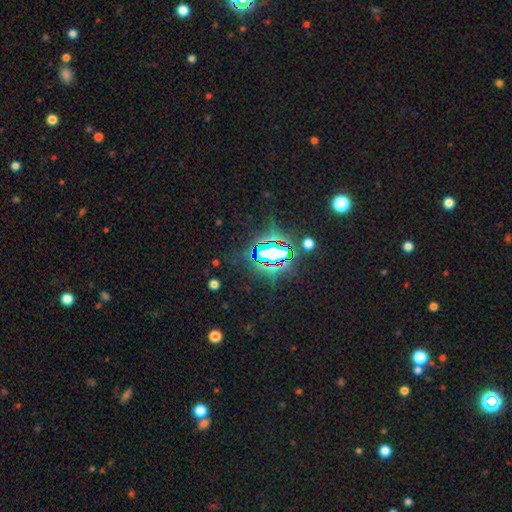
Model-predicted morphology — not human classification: A star or artifact, not a galaxy (82%).

Vote fractions:
- Smooth or featured? star or artifact: 82% / smooth: 10% / featured or disk: 7%